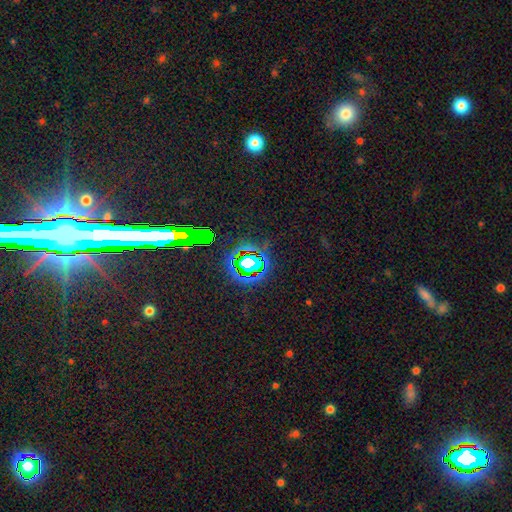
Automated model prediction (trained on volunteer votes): Morphology: type=star or artifact (73%).